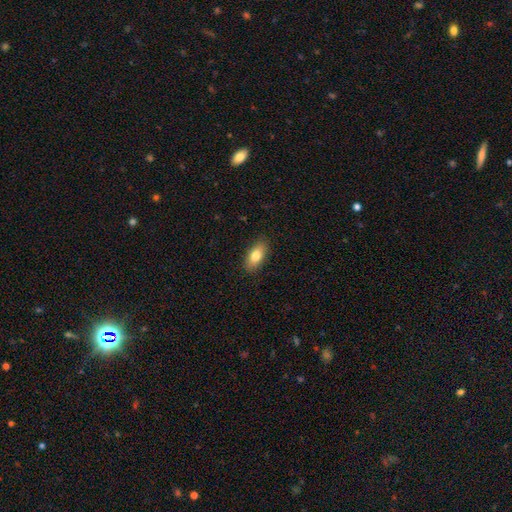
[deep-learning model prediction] Smooth or featured? smooth (80%)
How rounded? in between (87%)
Merging? none (87%)